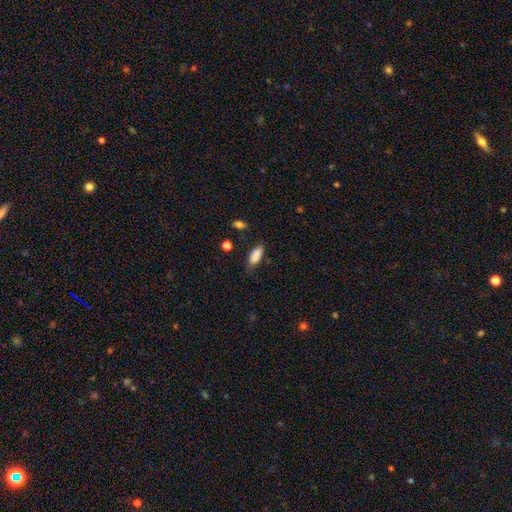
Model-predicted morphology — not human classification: Smooth or featured: smooth — 87% (star or artifact — 7%)
How rounded: in between — 83% (cigar-shaped — 15%)
Merging: none — 70% (minor disturbance — 22%)